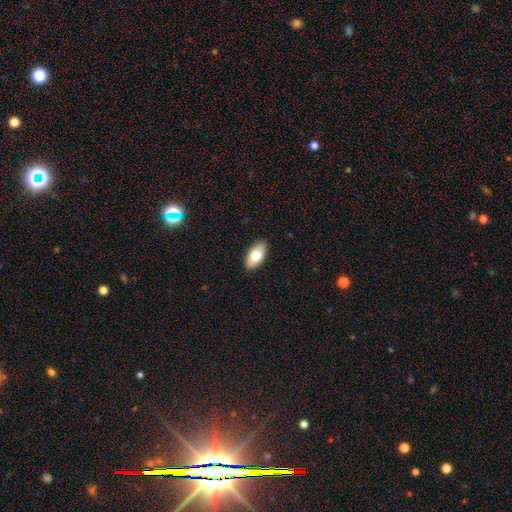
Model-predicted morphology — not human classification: smooth 74%, featured or disk 19%, star or artifact 6%. Down the decision tree: how rounded — in between (93%); merging — none (89%).